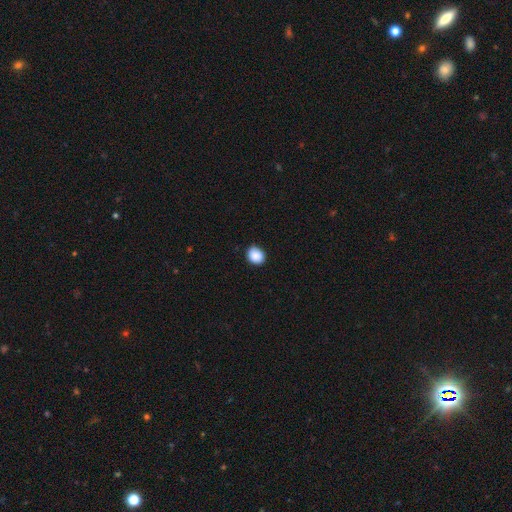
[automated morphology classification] A smooth galaxy with no disk features (88%) that is round (63%).

Vote fractions:
- Smooth or featured? smooth: 88% / star or artifact: 8% / featured or disk: 3%
- How rounded? round: 63% / in between: 36% / cigar-shaped: 1%
- Merging? none: 82% / minor disturbance: 14% / major disturbance: 2% / merger: 1%